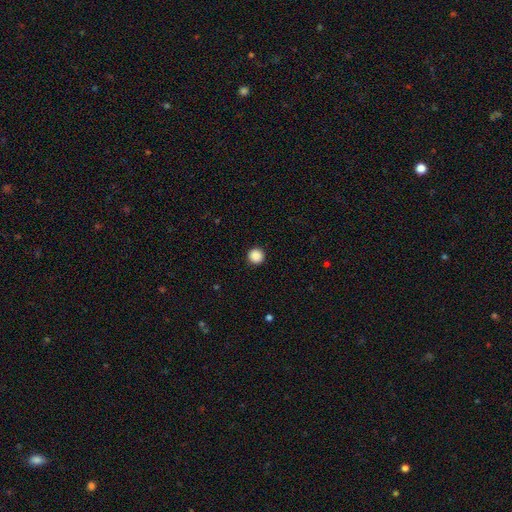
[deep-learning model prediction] smooth-or-featured: smooth: 89% | star or artifact: 9% | featured or disk: 2%
  how-rounded: round: 96% | in between: 3% | cigar-shaped: 1%
  merging: none: 93% | minor disturbance: 4% | major disturbance: 2% | merger: 1%